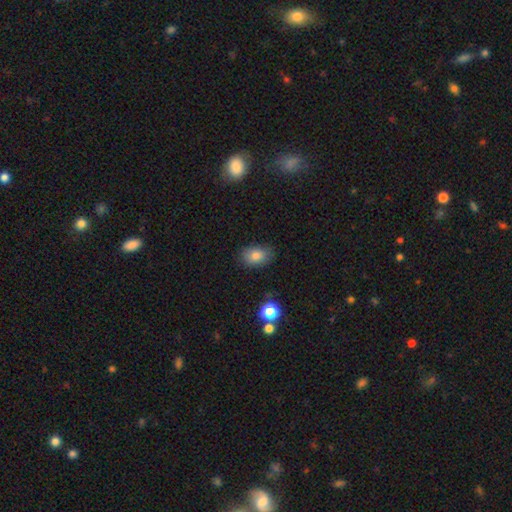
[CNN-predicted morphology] Smooth or featured? Predicted: smooth (p=0.82). How rounded? Predicted: in between (p=0.80). Merging? Predicted: none (p=0.82).